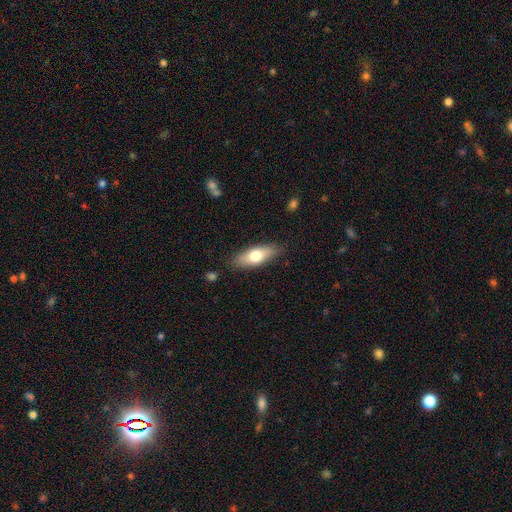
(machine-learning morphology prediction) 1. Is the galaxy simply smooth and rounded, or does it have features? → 67% smooth, 27% featured or disk, 6% star or artifact.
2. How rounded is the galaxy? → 67% in between, 30% cigar-shaped, 3% round.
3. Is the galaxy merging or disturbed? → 84% none, 12% minor disturbance, 2% major disturbance, 1% merger.